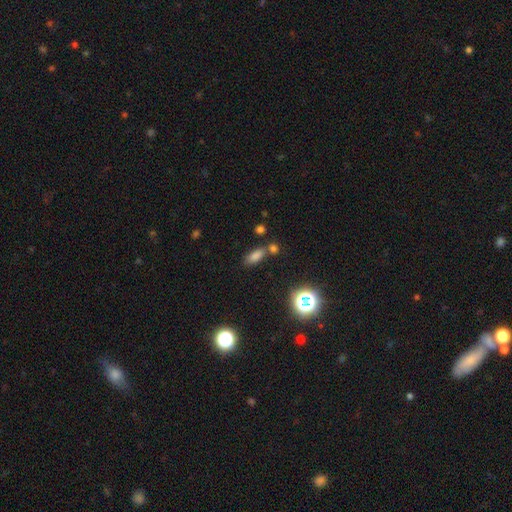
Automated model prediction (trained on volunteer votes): Morphology: type=smooth (73%); roundness=in between (76%); merging=none (60%).